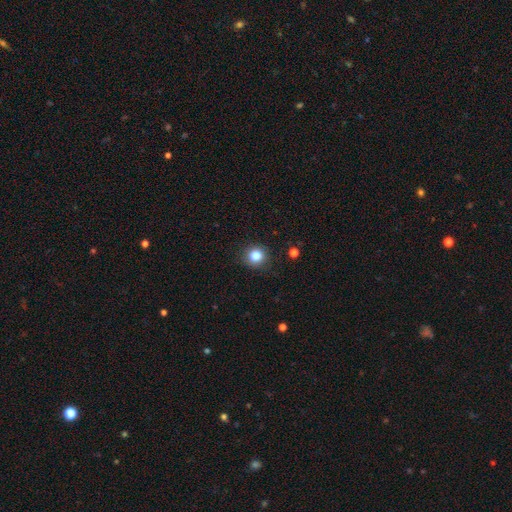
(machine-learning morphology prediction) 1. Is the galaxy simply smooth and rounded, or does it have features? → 82% smooth, 12% star or artifact, 6% featured or disk.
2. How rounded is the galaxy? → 90% round, 9% in between, 1% cigar-shaped.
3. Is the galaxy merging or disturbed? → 89% none, 8% minor disturbance, 2% major disturbance, 1% merger.